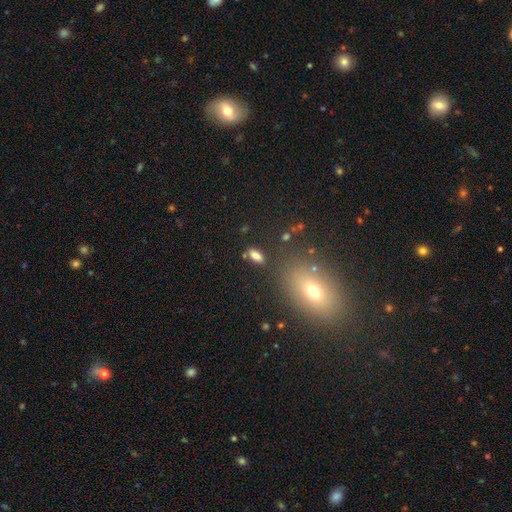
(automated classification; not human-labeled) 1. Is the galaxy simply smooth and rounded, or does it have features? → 78% smooth, 11% star or artifact, 11% featured or disk.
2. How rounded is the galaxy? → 84% in between, 10% cigar-shaped, 5% round.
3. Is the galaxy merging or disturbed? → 78% none, 12% minor disturbance, 6% merger, 4% major disturbance.